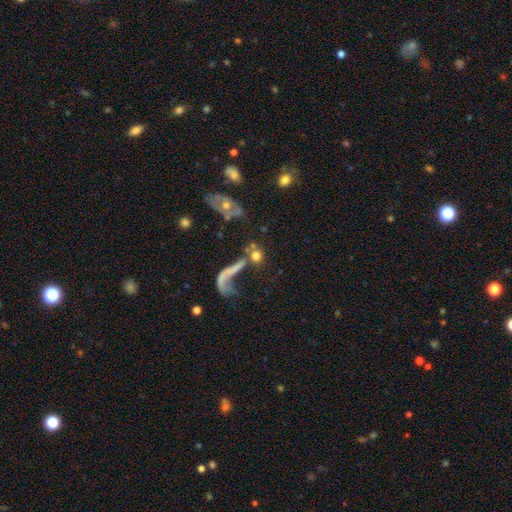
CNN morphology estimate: smooth-or-featured: smooth: 66% | featured or disk: 22% | star or artifact: 12%
  how-rounded: round: 74% | in between: 19% | cigar-shaped: 7%
  merging: none: 37% | merger: 33% | major disturbance: 19% | minor disturbance: 11%